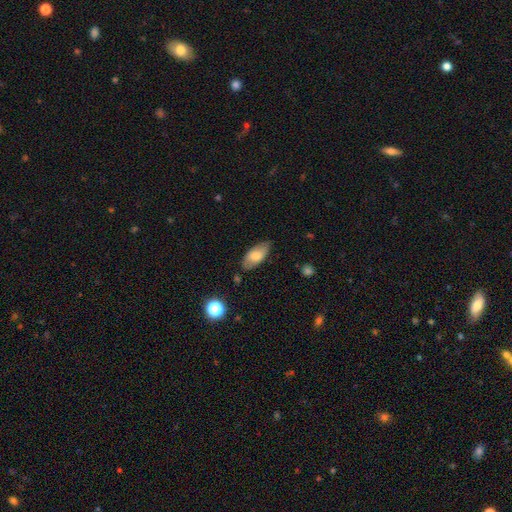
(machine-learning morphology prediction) A smooth galaxy with no disk features (69%) that is in between round and cigar-shaped (90%).

Vote fractions:
- Smooth or featured? smooth: 69% / featured or disk: 24% / star or artifact: 7%
- How rounded? in between: 90% / cigar-shaped: 7% / round: 3%
- Merging? none: 76% / minor disturbance: 19% / major disturbance: 3% / merger: 2%